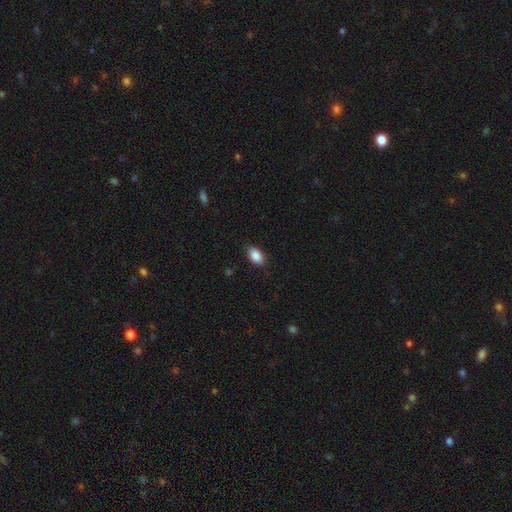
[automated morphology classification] Overall: smooth (88%). How rounded: in between (90%). Merging: none (86%).